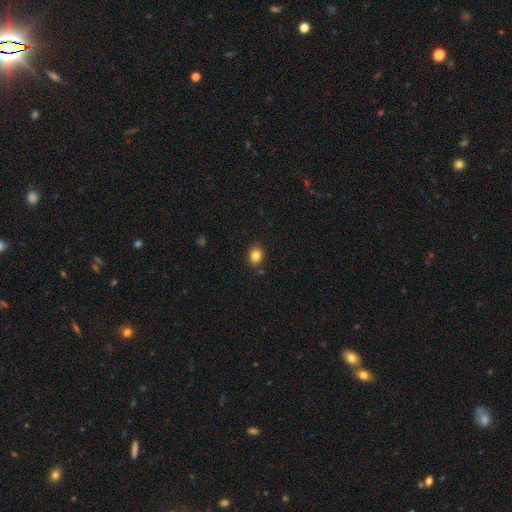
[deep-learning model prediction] Overall: smooth (84%). How rounded: round (55%; in between 45%). Merging: none (86%).